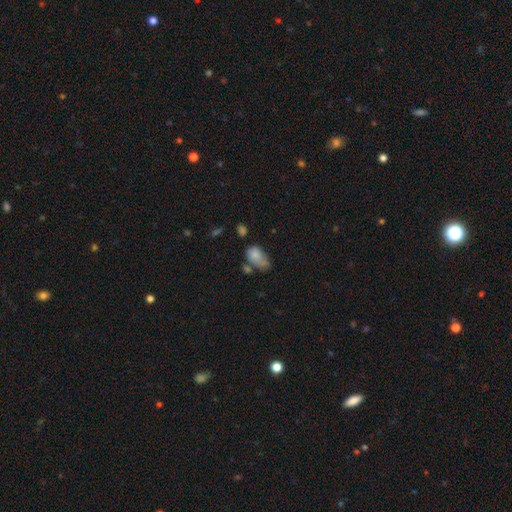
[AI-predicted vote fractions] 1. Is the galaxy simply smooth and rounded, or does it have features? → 75% smooth, 16% featured or disk, 10% star or artifact.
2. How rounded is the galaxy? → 85% in between, 14% round, 2% cigar-shaped.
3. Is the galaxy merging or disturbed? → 31% minor disturbance, 28% none, 21% merger, 20% major disturbance.